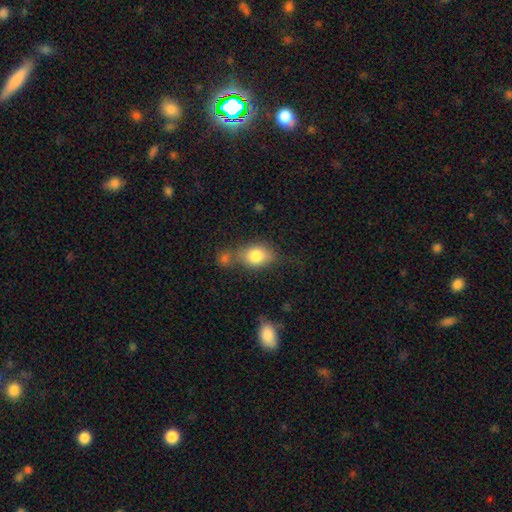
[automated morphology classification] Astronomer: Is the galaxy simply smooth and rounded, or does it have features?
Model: smooth — 78%.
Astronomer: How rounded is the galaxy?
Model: in between — 66%.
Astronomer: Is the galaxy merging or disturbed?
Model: none — 45% (runner-up: merger, 25%).